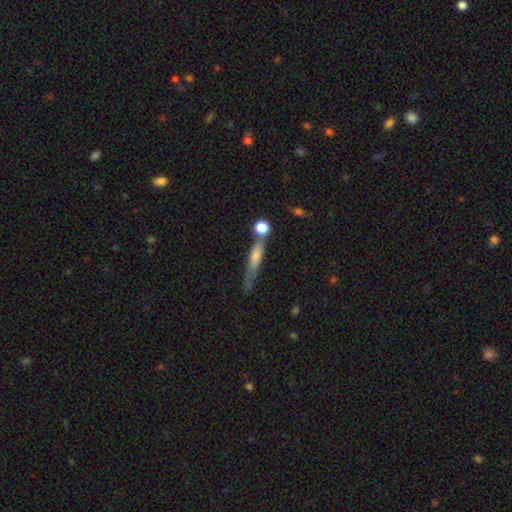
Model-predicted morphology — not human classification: Smooth or featured: featured or disk — 48% (smooth — 39%)
Merging: none — 63% (minor disturbance — 18%)